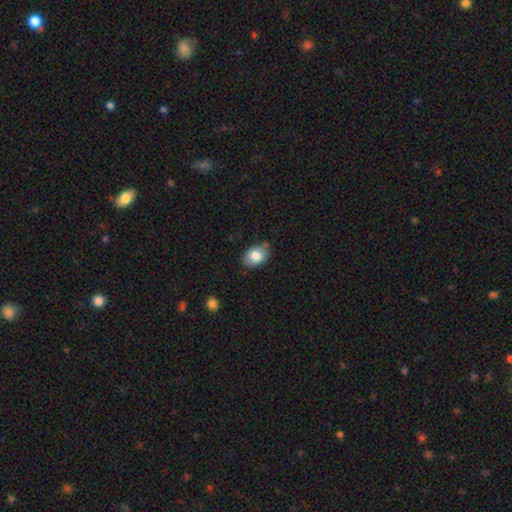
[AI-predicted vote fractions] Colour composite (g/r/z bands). It shows a smooth galaxy with no disk features (79%) that is in between round and cigar-shaped (83%). Merging: none (75%).